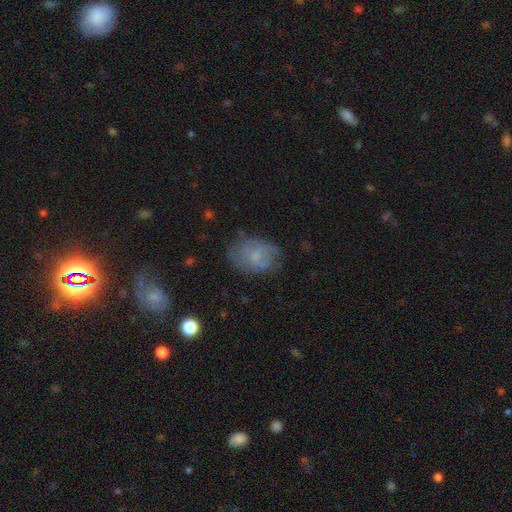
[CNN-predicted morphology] Q: Smooth or featured?
A: smooth (55%); runner-up: featured or disk (34%)
Q: How rounded?
A: in between (68%); runner-up: round (31%)
Q: Merging?
A: none (60%); runner-up: minor disturbance (25%)